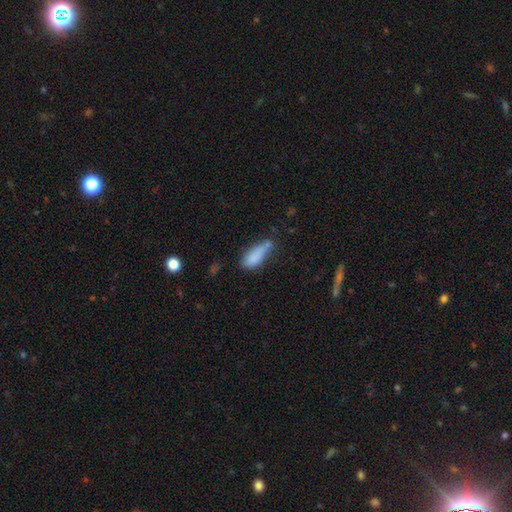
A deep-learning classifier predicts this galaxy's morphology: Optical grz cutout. It shows a smooth galaxy with no disk features (81%) that is in between round and cigar-shaped (68%). Merging: none (39%).